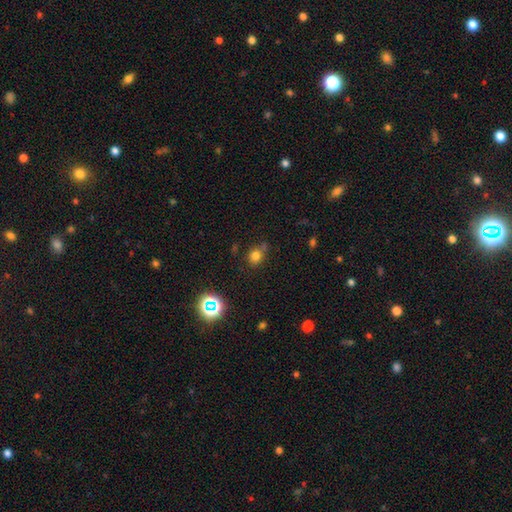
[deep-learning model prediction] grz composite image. It shows a smooth galaxy with no disk features (75%) that is round (77%). Merging: none (65%).